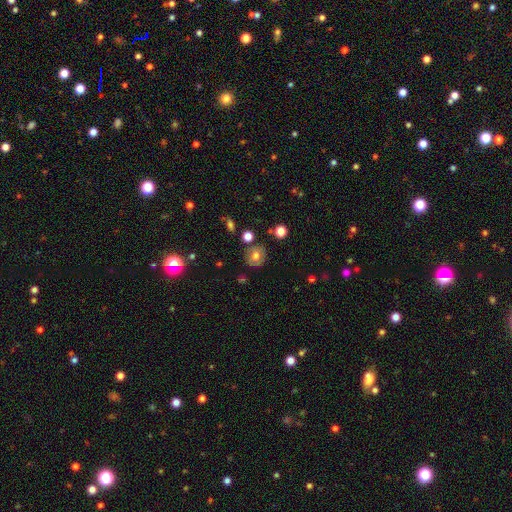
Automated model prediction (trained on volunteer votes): Smooth or featured? Predicted: smooth (p=0.63). How rounded? Predicted: round (p=0.82). Merging? Predicted: none (p=0.79).